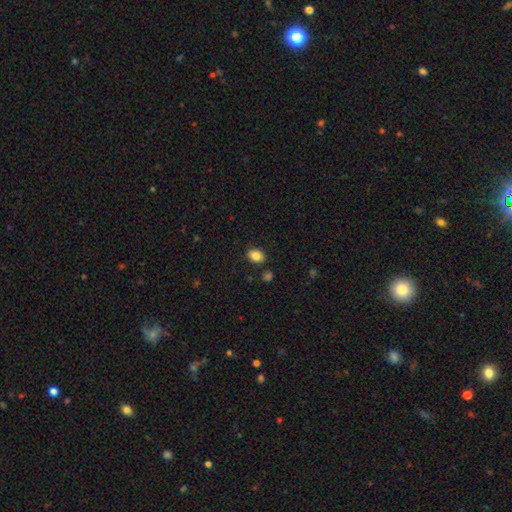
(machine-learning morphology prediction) Q: Smooth or featured?
A: smooth (85%); runner-up: star or artifact (9%)
Q: How rounded?
A: in between (65%); runner-up: round (35%)
Q: Merging?
A: none (86%); runner-up: minor disturbance (9%)